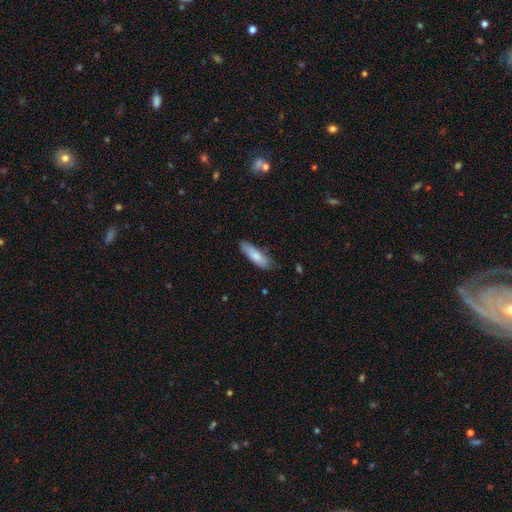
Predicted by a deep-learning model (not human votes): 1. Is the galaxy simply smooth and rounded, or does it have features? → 79% smooth, 16% featured or disk, 6% star or artifact.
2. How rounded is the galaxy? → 51% cigar-shaped, 47% in between, 2% round.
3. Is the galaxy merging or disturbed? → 72% none, 22% minor disturbance, 4% major disturbance, 2% merger.